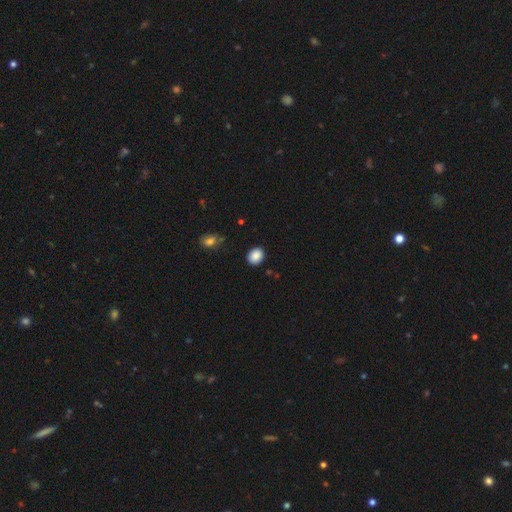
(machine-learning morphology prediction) type=smooth (88%); roundness=round (56%); merging=none (88%).